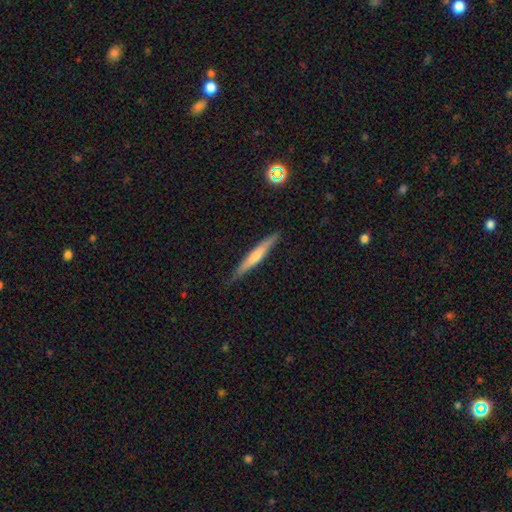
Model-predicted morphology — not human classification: This is possibly a featured or disk galaxy (53%). It is clearly viewed edge-on (96%). Edge-on bulge: possibly rounded (56%). Merging: clearly none (87%).